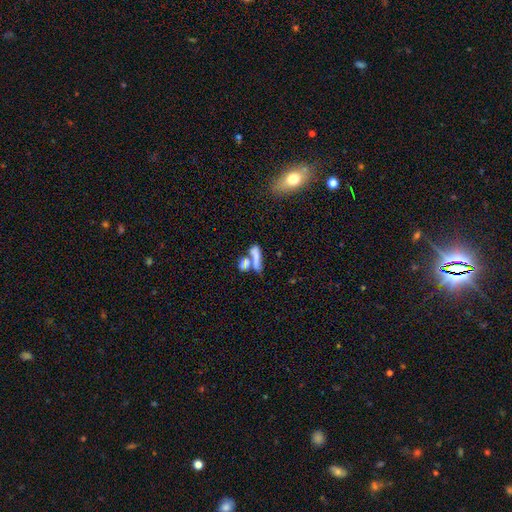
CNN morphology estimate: Smooth or featured? smooth (69%)
How rounded? cigar-shaped (53%)
Merging? merger (49%)